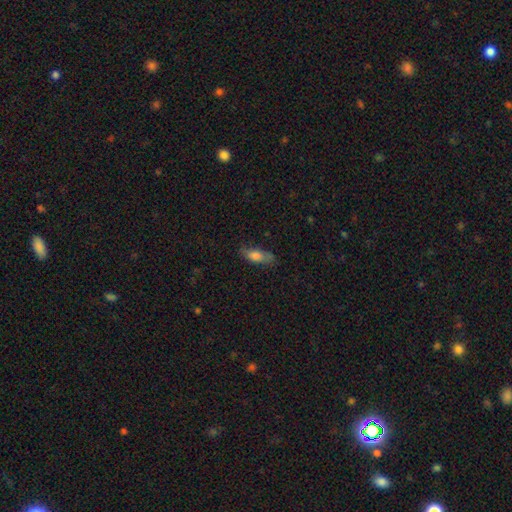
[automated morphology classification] smooth-or-featured: smooth: 74% | featured or disk: 18% | star or artifact: 8%
  how-rounded: in between: 68% | cigar-shaped: 29% | round: 3%
  merging: none: 67% | minor disturbance: 25% | major disturbance: 7% | merger: 2%